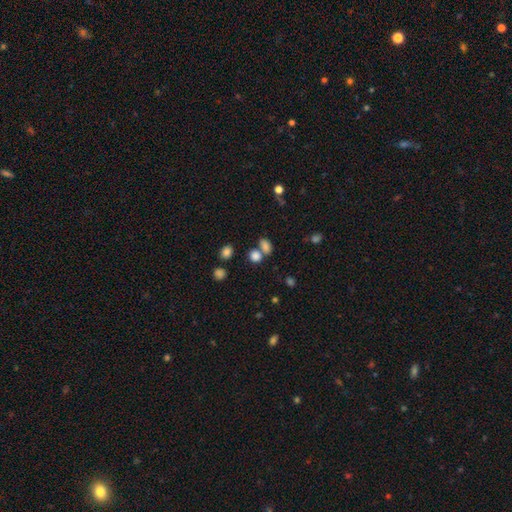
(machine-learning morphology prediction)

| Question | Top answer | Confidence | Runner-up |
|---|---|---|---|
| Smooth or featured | smooth | 80% | star or artifact (13%) |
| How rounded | round | 51% | in between (48%) |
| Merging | none | 48% | merger (38%) |